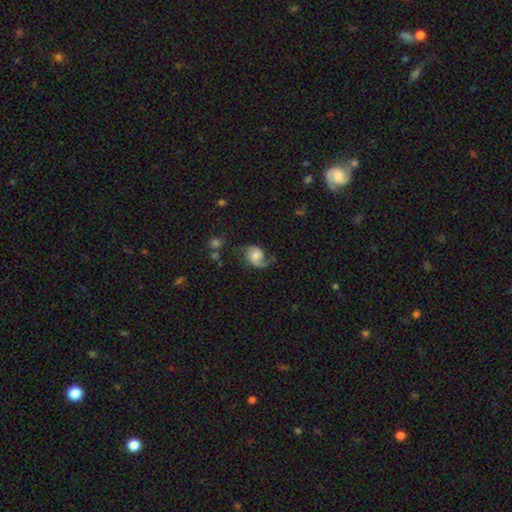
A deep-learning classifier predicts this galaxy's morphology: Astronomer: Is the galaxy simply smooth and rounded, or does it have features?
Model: featured or disk — 68%.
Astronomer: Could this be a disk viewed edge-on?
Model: no — 98%.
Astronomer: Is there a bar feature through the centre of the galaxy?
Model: no — 65%.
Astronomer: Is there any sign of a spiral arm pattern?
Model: yes — 94%.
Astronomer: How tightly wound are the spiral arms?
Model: loose — 44% (runner-up: medium, 40%).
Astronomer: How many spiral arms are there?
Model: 2 — 56% (runner-up: 1, 38%).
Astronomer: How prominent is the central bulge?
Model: moderate — 34% (runner-up: small, 27%).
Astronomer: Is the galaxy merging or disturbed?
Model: none — 51%.